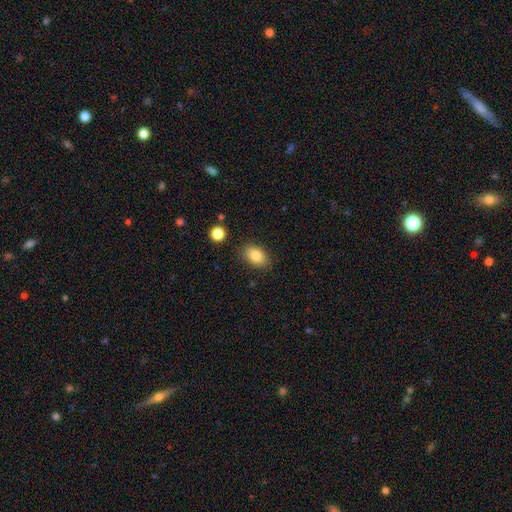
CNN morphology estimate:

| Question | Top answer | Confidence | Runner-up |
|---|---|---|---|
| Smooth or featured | smooth | 84% | star or artifact (8%) |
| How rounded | in between | 87% | round (12%) |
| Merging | none | 84% | minor disturbance (11%) |